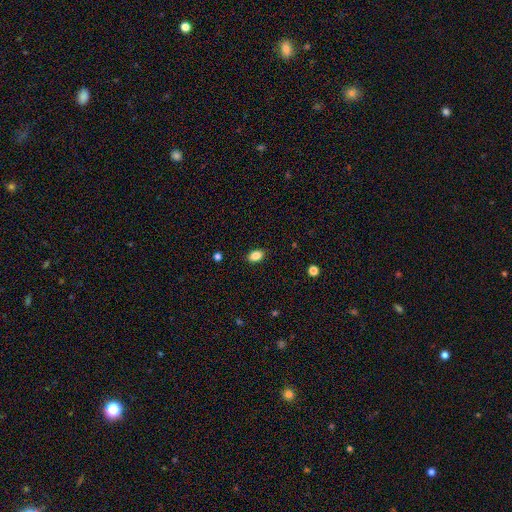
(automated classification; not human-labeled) Morphology: type=smooth (86%); roundness=in between (88%); merging=none (89%).